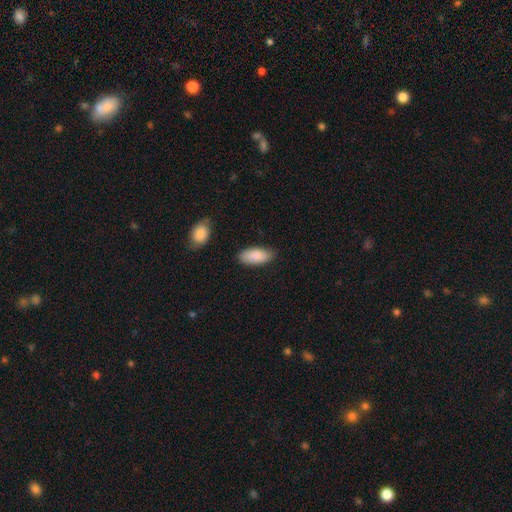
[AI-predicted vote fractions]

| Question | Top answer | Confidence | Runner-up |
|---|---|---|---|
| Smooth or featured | smooth | 87% | featured or disk (7%) |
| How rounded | in between | 89% | cigar-shaped (9%) |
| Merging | none | 83% | minor disturbance (13%) |